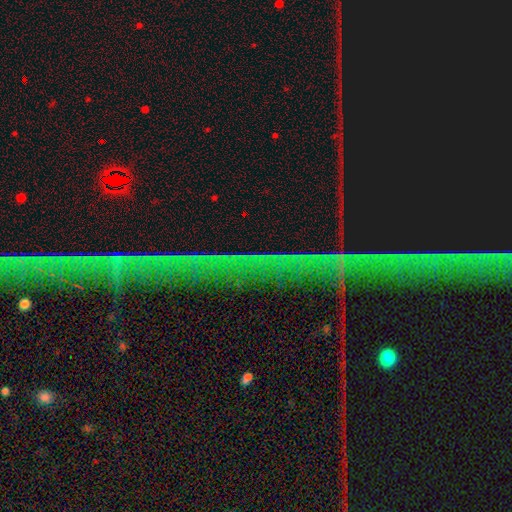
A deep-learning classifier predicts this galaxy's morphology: A star or artifact, not a galaxy (75%).